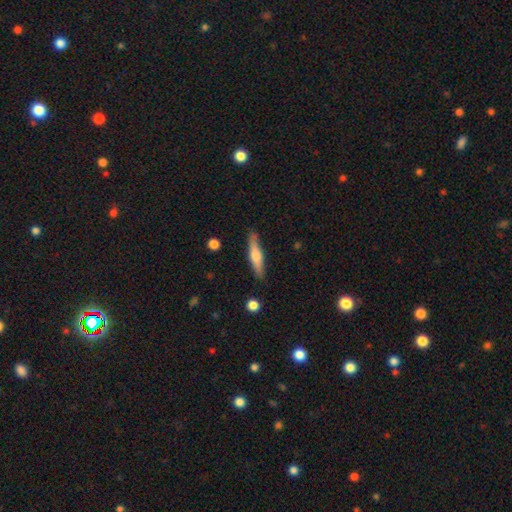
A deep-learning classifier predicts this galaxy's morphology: A smooth galaxy with no disk features (50%) that is cigar-shaped (83%). Merging: none (85%).